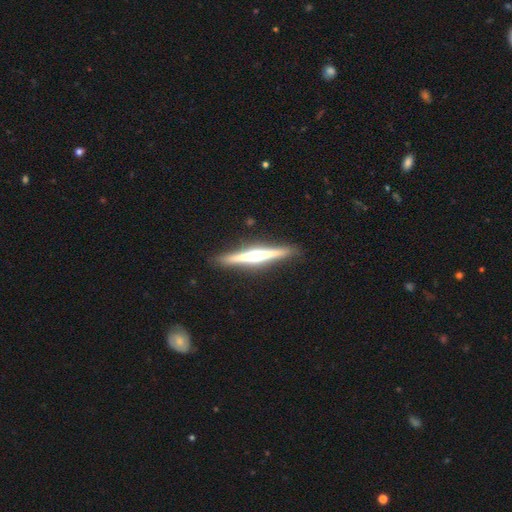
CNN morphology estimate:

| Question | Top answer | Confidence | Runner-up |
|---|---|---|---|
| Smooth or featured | featured or disk | 74% | smooth (21%) |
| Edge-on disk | yes | 98% | no (2%) |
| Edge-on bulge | rounded | 72% | none (16%) |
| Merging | none | 91% | minor disturbance (6%) |